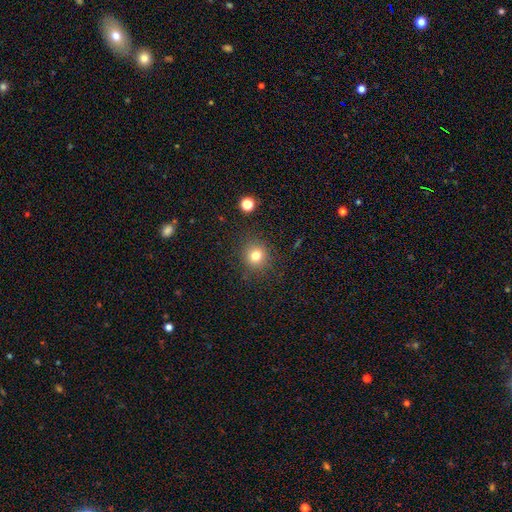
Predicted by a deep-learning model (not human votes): This is likely a smooth galaxy (78%). How rounded: clearly round (88%). Merging: clearly none (87%).